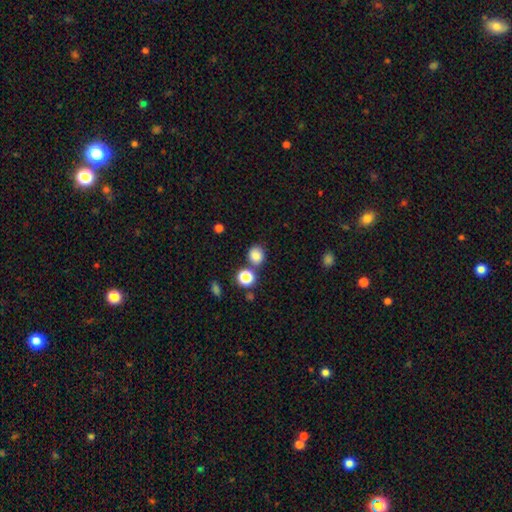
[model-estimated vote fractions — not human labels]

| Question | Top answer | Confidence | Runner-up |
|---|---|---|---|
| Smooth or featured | smooth | 83% | star or artifact (12%) |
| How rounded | round | 80% | in between (19%) |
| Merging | none | 73% | merger (14%) |